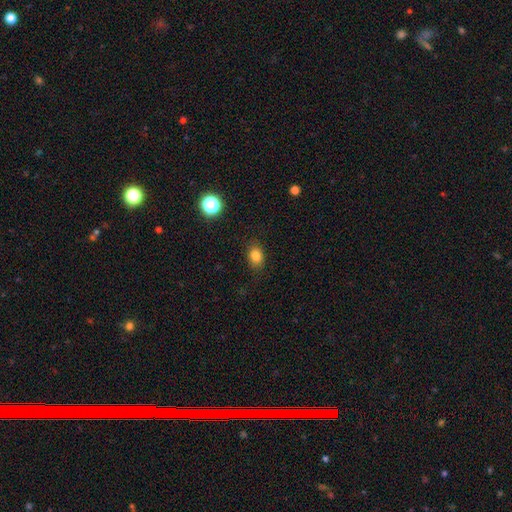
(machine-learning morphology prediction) Q: Smooth or featured?
A: smooth (81%); runner-up: star or artifact (12%)
Q: How rounded?
A: in between (67%); runner-up: round (32%)
Q: Merging?
A: none (84%); runner-up: minor disturbance (12%)